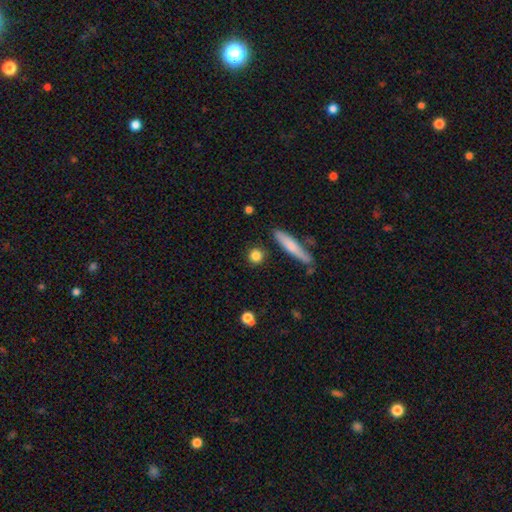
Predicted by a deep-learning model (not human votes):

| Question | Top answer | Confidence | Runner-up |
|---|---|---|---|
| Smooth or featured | smooth | 83% | featured or disk (9%) |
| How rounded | round | 79% | in between (12%) |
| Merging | none | 86% | minor disturbance (8%) |